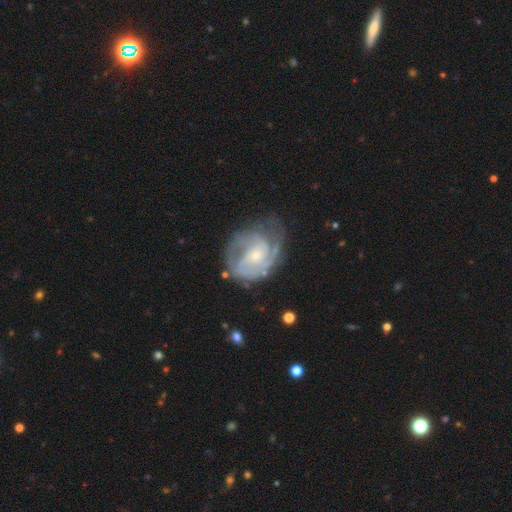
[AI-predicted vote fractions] Q: Smooth or featured?
A: featured or disk (83%); runner-up: smooth (11%)
Q: Edge-on disk?
A: no (98%); runner-up: yes (2%)
Q: Bar?
A: no (61%); runner-up: weak (33%)
Q: Spiral arms?
A: yes (94%); runner-up: no (6%)
Q: Spiral winding?
A: tight (49%); runner-up: medium (40%)
Q: Spiral arm count?
A: 2 (39%); runner-up: can't tell (26%)
Q: Bulge size?
A: small (67%); runner-up: moderate (28%)
Q: Merging?
A: none (62%); runner-up: minor disturbance (23%)